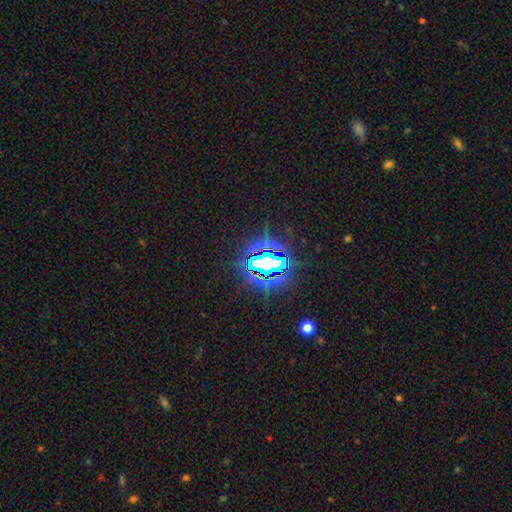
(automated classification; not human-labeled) Smooth or featured: star or artifact — 76% (smooth — 14%)